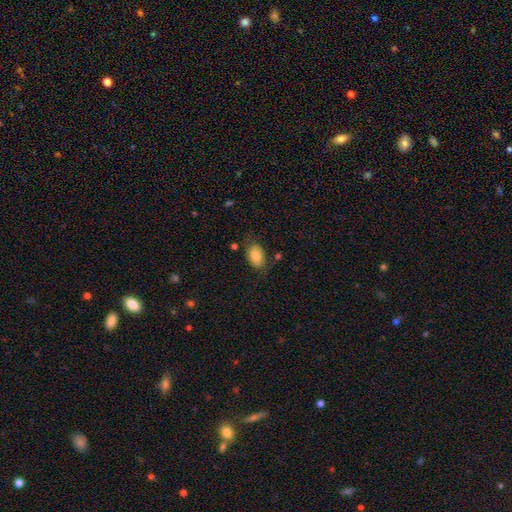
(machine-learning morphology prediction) smooth 77%, featured or disk 15%, star or artifact 8%. Down the decision tree: how rounded — in between (86%); merging — none (67%).